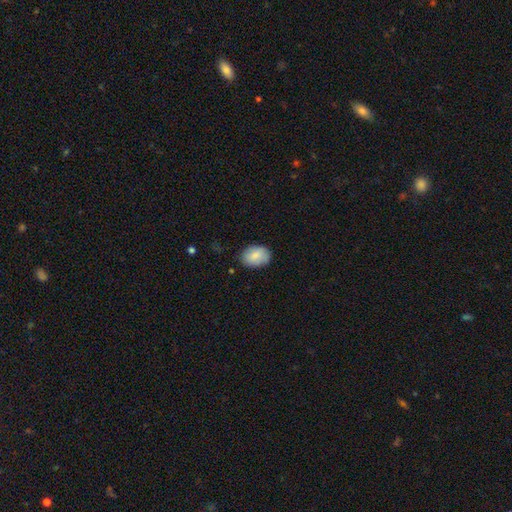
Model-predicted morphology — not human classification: A smooth galaxy with no disk features (86%) that is in between round and cigar-shaped (83%).

Vote fractions:
- Smooth or featured? smooth: 86% / featured or disk: 8% / star or artifact: 6%
- How rounded? in between: 83% / round: 16% / cigar-shaped: 1%
- Merging? none: 82% / minor disturbance: 14% / major disturbance: 3% / merger: 1%